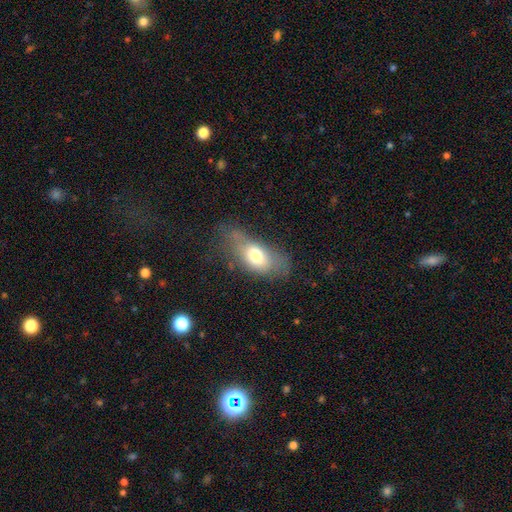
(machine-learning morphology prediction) A smooth galaxy with no disk features (68%) that is in between round and cigar-shaped (85%).

Vote fractions:
- Smooth or featured? smooth: 68% / featured or disk: 23% / star or artifact: 9%
- How rounded? in between: 85% / round: 8% / cigar-shaped: 7%
- Merging? none: 41% / minor disturbance: 30% / major disturbance: 25% / merger: 3%